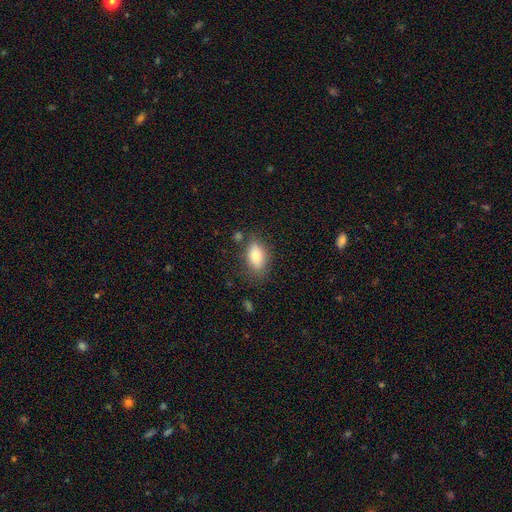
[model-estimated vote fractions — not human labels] A smooth galaxy with no disk features (80%) that is in between round and cigar-shaped (88%).

Vote fractions:
- Smooth or featured? smooth: 80% / featured or disk: 13% / star or artifact: 8%
- How rounded? in between: 88% / round: 7% / cigar-shaped: 6%
- Merging? none: 74% / minor disturbance: 17% / major disturbance: 5% / merger: 4%